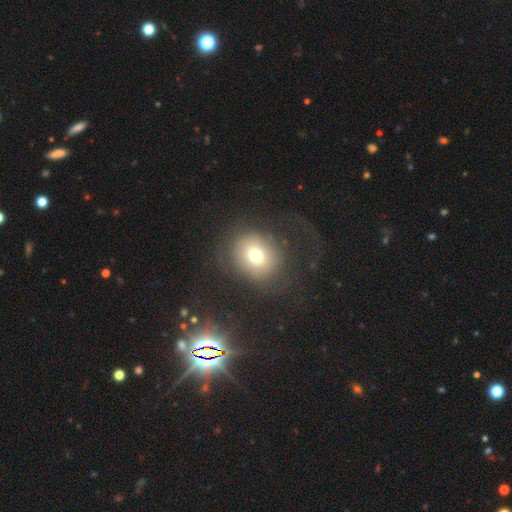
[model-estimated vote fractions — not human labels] Smooth or featured? Predicted: smooth (p=0.70). How rounded? Predicted: round (p=0.73). Merging? Predicted: none (p=0.69).